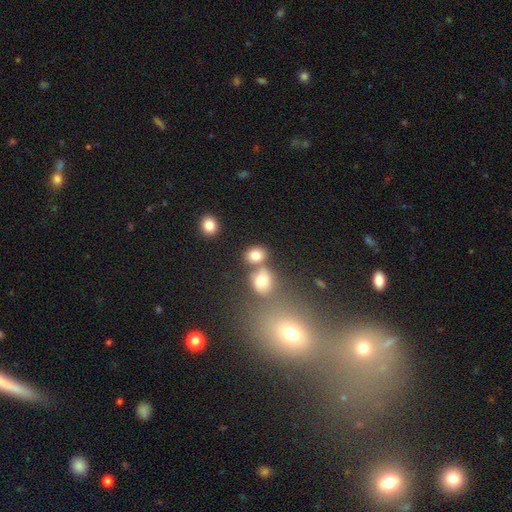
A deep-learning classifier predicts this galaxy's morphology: Smooth or featured: smooth — 79% (star or artifact — 12%)
How rounded: round — 51% (in between — 47%)
Merging: none — 59% (merger — 26%)